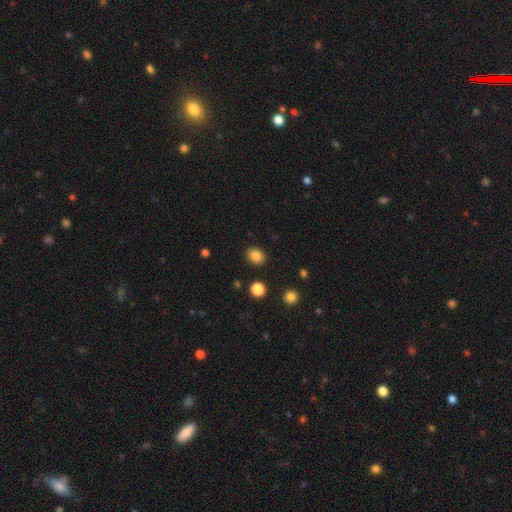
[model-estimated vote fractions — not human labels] Smooth or featured? Predicted: smooth (p=0.85). How rounded? Predicted: round (p=0.54). Merging? Predicted: none (p=0.89).